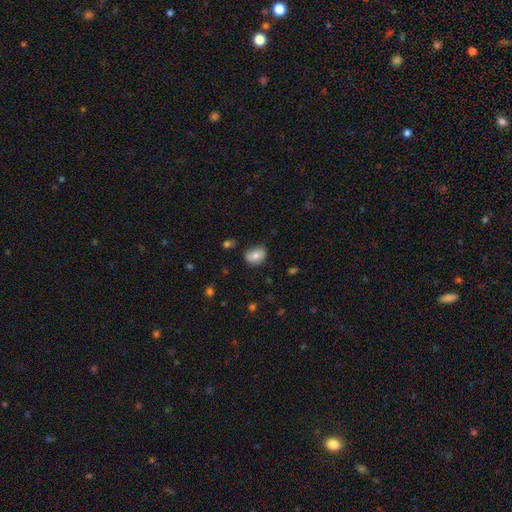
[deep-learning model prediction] Q: Smooth or featured?
A: smooth (75%); runner-up: featured or disk (16%)
Q: How rounded?
A: in between (58%); runner-up: round (41%)
Q: Merging?
A: none (68%); runner-up: minor disturbance (25%)